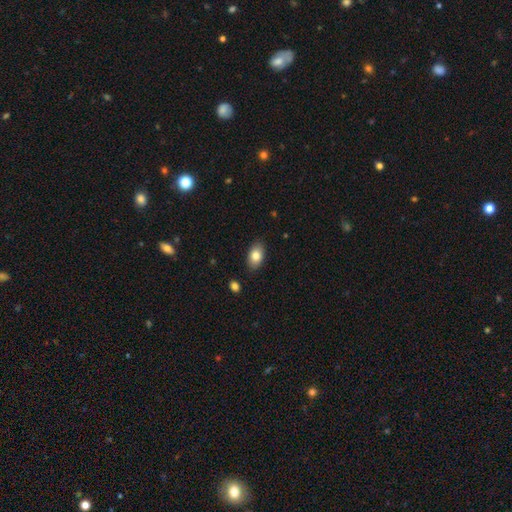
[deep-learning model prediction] Smooth or featured? Predicted: smooth (p=0.81). How rounded? Predicted: in between (p=0.91). Merging? Predicted: none (p=0.87).